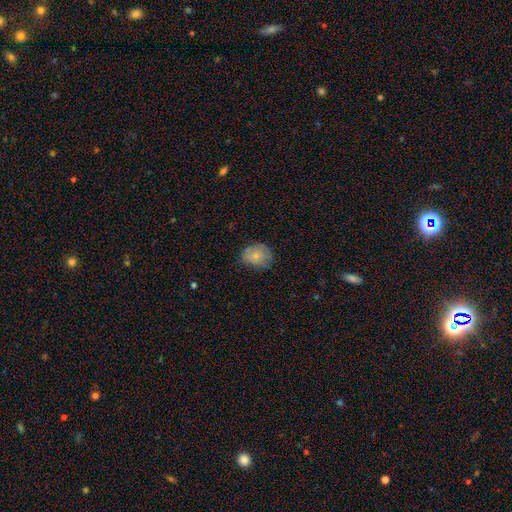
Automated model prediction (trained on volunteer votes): Smooth or featured?
  - smooth: 75% *
  - featured or disk: 17%
  - star or artifact: 8%
How rounded?
  - round: 55% *
  - in between: 45%
  - cigar-shaped: 1%
Merging?
  - none: 65% *
  - minor disturbance: 28%
  - major disturbance: 6%
  - merger: 1%